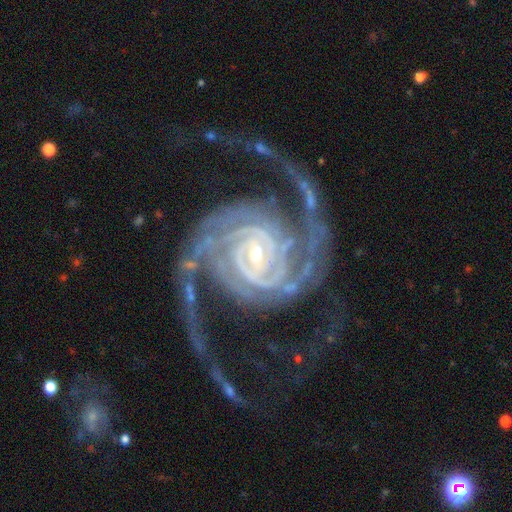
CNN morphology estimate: Overall: featured or disk (94%). Edge-on disk: no (98%). Bar: weak (41%; strong 30%). Spiral arms: yes (99%). Spiral arm count: 2 (55%). Spiral winding: tight (55%; medium 33%). Bulge size: small (61%; moderate 33%). Merging: none (54%; major disturbance 29%).